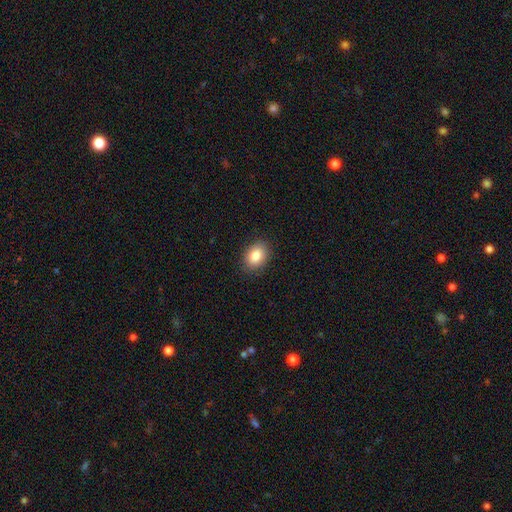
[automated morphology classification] A smooth galaxy with no disk features (86%) that is in between round and cigar-shaped (77%). Merging: none (88%).